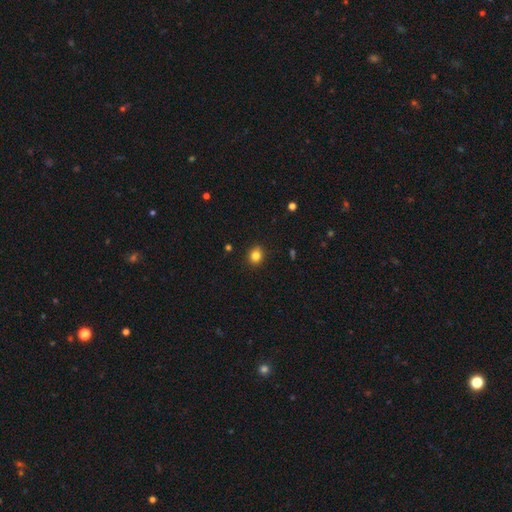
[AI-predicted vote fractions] smooth 83%, star or artifact 11%, featured or disk 6%. Down the decision tree: how rounded — round (68%); merging — none (90%).